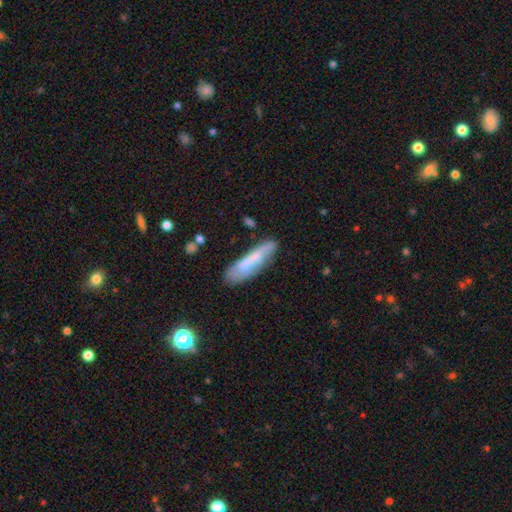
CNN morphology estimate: Smooth or featured? Predicted: smooth (p=0.67). How rounded? Predicted: cigar-shaped (p=0.69). Merging? Predicted: none (p=0.60).